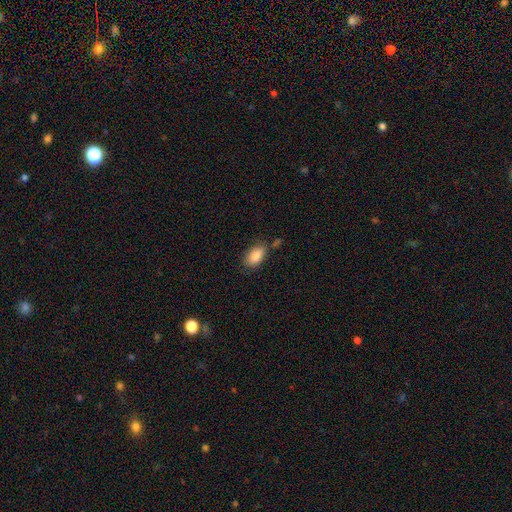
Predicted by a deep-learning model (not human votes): smooth 87%, star or artifact 7%, featured or disk 6%. Down the decision tree: how rounded — in between (92%); merging — none (71%).